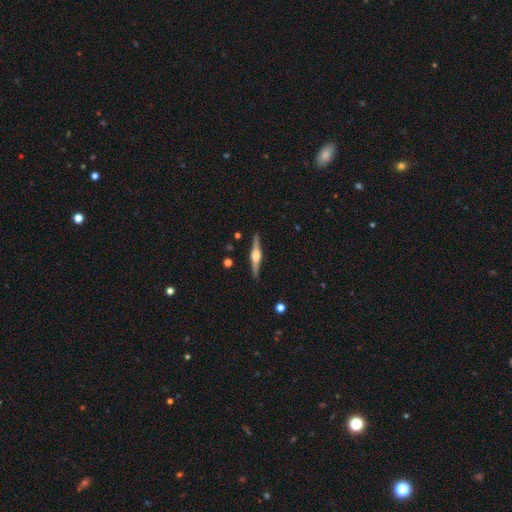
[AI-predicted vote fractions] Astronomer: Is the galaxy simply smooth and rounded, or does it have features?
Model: featured or disk — 81%.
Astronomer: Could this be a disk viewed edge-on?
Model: yes — 98%.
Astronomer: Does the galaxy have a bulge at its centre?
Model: rounded — 89%.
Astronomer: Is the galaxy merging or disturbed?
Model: none — 91%.